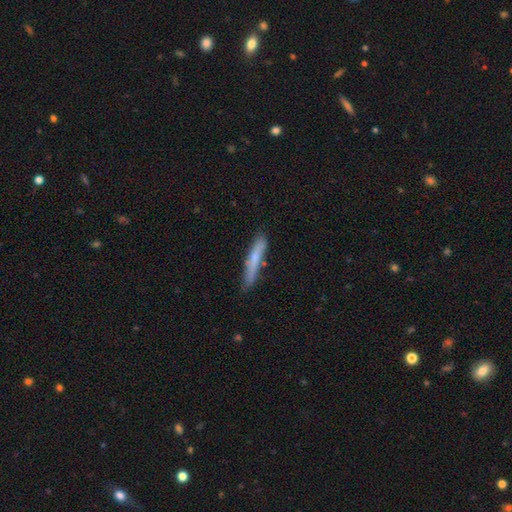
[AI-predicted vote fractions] Q: Smooth or featured?
A: smooth (59%); runner-up: featured or disk (34%)
Q: How rounded?
A: cigar-shaped (93%); runner-up: in between (5%)
Q: Merging?
A: none (76%); runner-up: minor disturbance (19%)